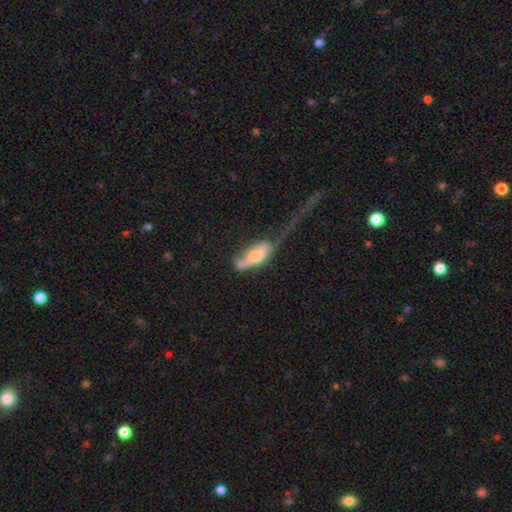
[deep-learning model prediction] smooth-or-featured: smooth: 53% | featured or disk: 39% | star or artifact: 8%
  how-rounded: in between: 67% | cigar-shaped: 29% | round: 4%
  merging: major disturbance: 56% | minor disturbance: 18% | none: 16% | merger: 10%